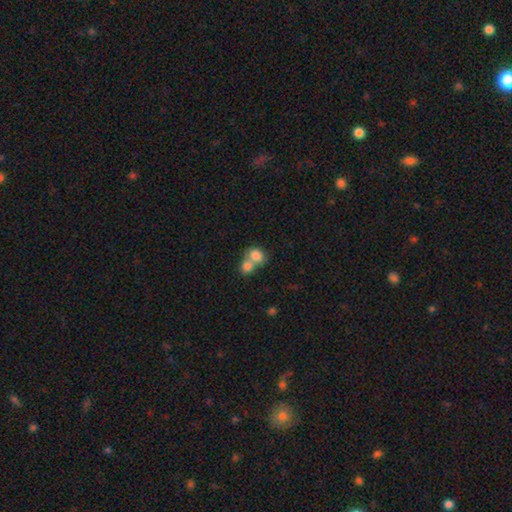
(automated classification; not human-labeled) Smooth or featured? smooth (80%)
How rounded? in between (50%)
Merging? merger (68%)